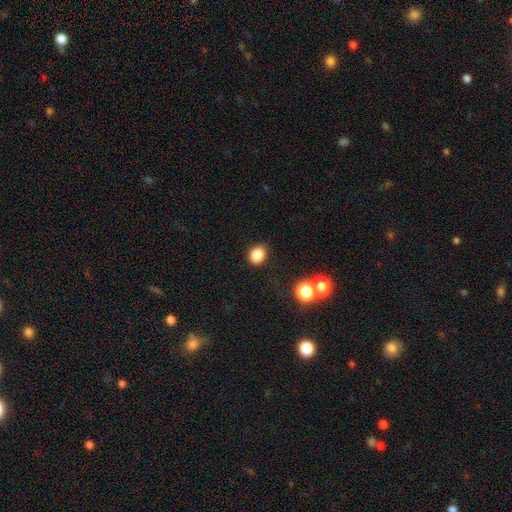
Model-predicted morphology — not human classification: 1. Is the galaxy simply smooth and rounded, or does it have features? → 85% smooth, 11% star or artifact, 4% featured or disk.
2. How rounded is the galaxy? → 50% in between, 49% round, 1% cigar-shaped.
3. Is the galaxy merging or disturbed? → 84% none, 10% minor disturbance, 3% major disturbance, 2% merger.